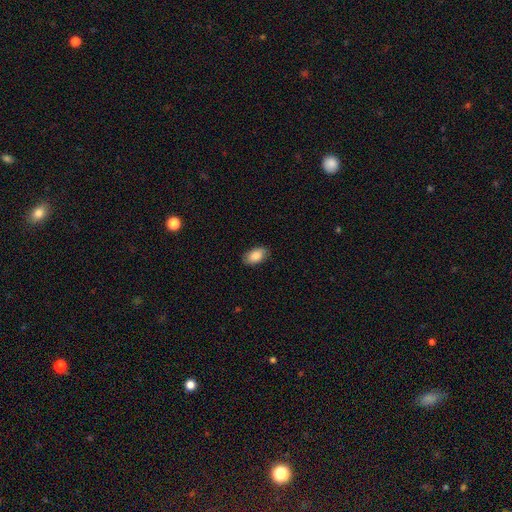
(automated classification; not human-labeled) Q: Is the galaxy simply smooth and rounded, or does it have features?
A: smooth — 85%.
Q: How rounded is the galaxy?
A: in between — 93%.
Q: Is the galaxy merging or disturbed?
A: none — 85%.